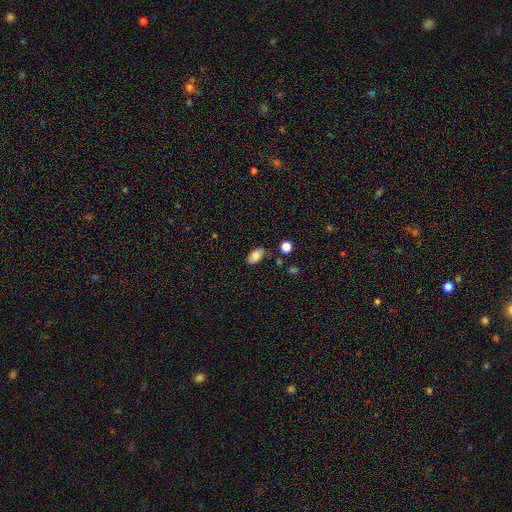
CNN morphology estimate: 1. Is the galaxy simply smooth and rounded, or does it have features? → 80% smooth, 11% featured or disk, 9% star or artifact.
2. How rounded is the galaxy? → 91% in between, 7% round, 2% cigar-shaped.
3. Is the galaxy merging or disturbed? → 77% none, 16% minor disturbance, 4% merger, 4% major disturbance.